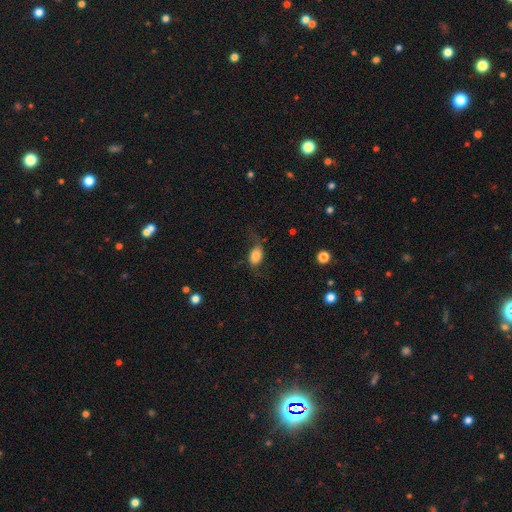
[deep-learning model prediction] The model was most divided on "merging": none: 55%, minor disturbance: 23%, major disturbance: 19%, merger: 2%. More confident: how rounded — in between (84%); smooth or featured — smooth (69%).